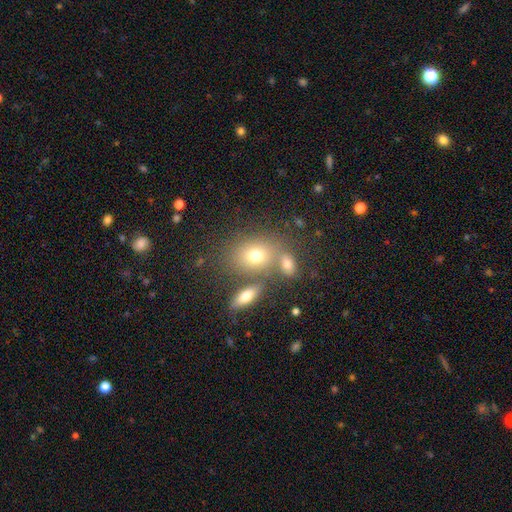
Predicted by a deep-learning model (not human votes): This appears to be a smooth galaxy with no disk features (72%) that is in between round and cigar-shaped (56%). Merging: none (58%).